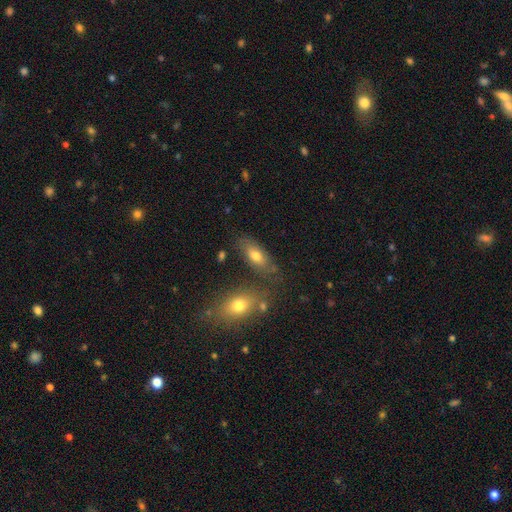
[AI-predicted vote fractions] Smooth or featured? Predicted: smooth (p=0.71). How rounded? Predicted: in between (p=0.82). Merging? Predicted: none (p=0.70).